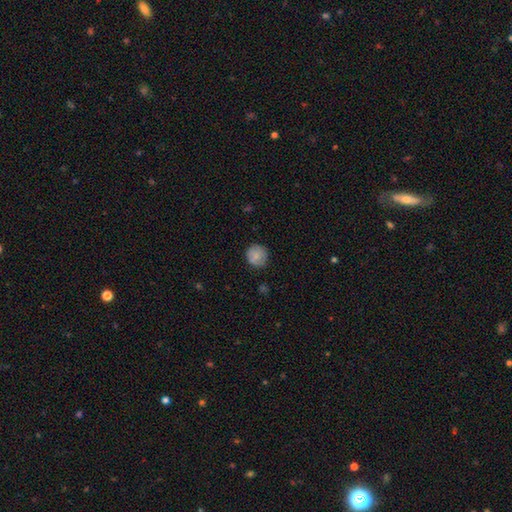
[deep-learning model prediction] This appears to be a smooth galaxy with no disk features (81%) that is round (89%). Merging: none (80%).